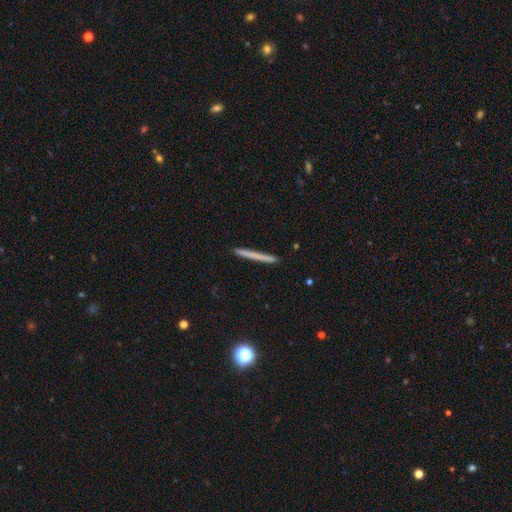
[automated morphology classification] Smooth or featured?
  - smooth: 63% *
  - featured or disk: 30%
  - star or artifact: 7%
How rounded?
  - cigar-shaped: 97% *
  - in between: 2%
  - round: 1%
Merging?
  - none: 91% *
  - minor disturbance: 6%
  - major disturbance: 1%
  - merger: 1%